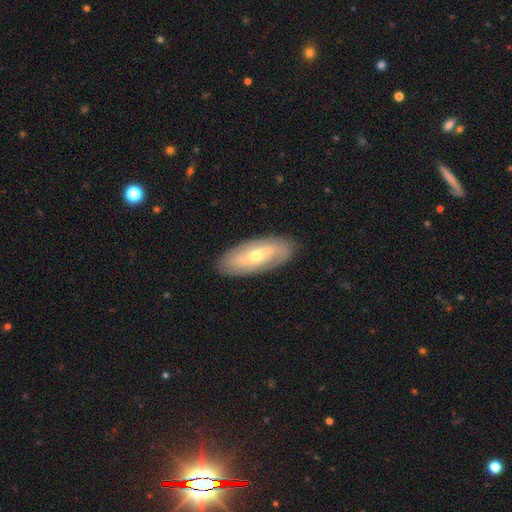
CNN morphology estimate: Overall: featured or disk (65%; smooth 28%). Edge-on disk: no (84%). Bar: no (47%; weak 37%). Spiral arms: yes (70%; no 30%). Bulge size: moderate (60%; small 35%). Merging: none (87%).